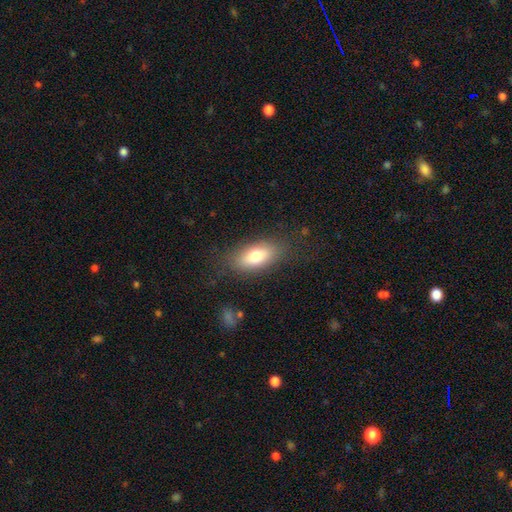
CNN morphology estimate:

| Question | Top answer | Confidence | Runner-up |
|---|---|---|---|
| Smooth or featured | smooth | 75% | featured or disk (17%) |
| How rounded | in between | 84% | cigar-shaped (9%) |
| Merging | none | 81% | minor disturbance (13%) |